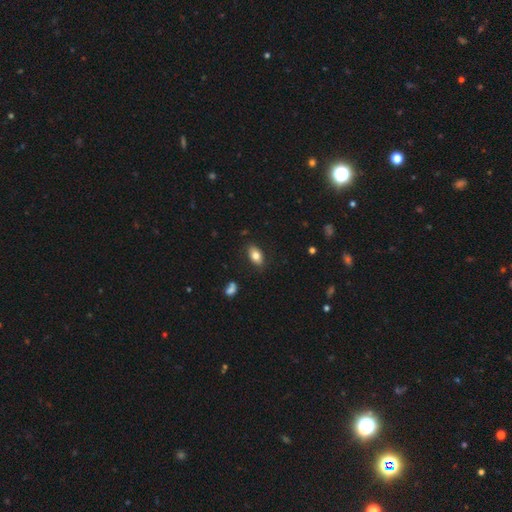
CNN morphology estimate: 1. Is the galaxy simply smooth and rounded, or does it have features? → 79% smooth, 13% featured or disk, 8% star or artifact.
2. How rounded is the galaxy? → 91% in between, 6% round, 4% cigar-shaped.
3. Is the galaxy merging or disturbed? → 85% none, 11% minor disturbance, 2% major disturbance, 2% merger.